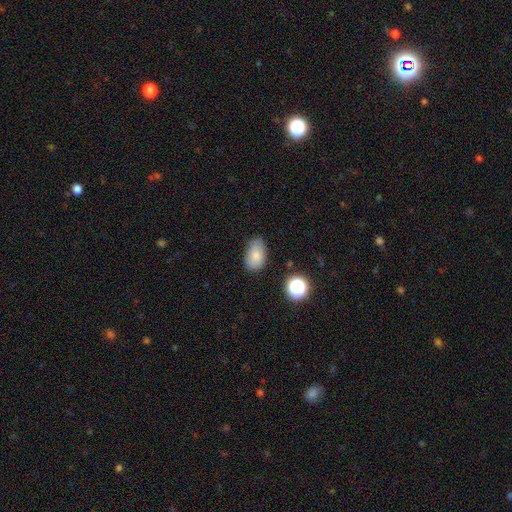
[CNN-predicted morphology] Overall: smooth (80%). How rounded: in between (89%). Merging: none (72%).